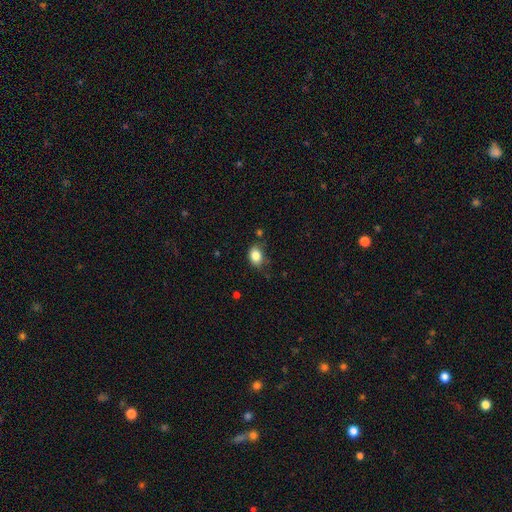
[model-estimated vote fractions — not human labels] A smooth galaxy with no disk features (84%) that is in between round and cigar-shaped (64%).

Vote fractions:
- Smooth or featured? smooth: 84% / star or artifact: 10% / featured or disk: 6%
- How rounded? in between: 64% / round: 35% / cigar-shaped: 1%
- Merging? none: 65% / minor disturbance: 25% / major disturbance: 6% / merger: 3%